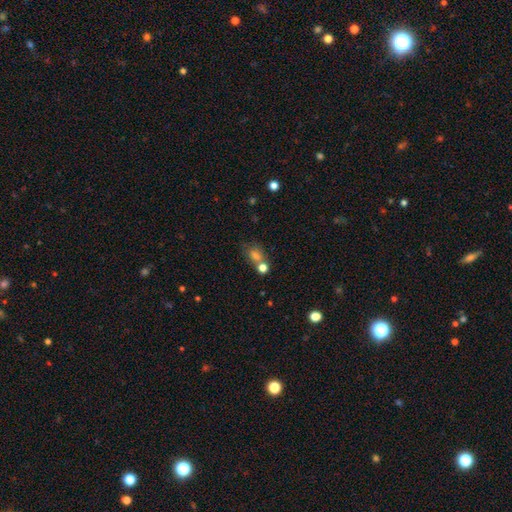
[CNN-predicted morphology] smooth_or_featured: smooth (p=0.68) [alt: star or artifact p=0.20]
how_rounded: round (p=0.50) [alt: in between p=0.48]
merging: none (p=0.51) [alt: merger p=0.28]